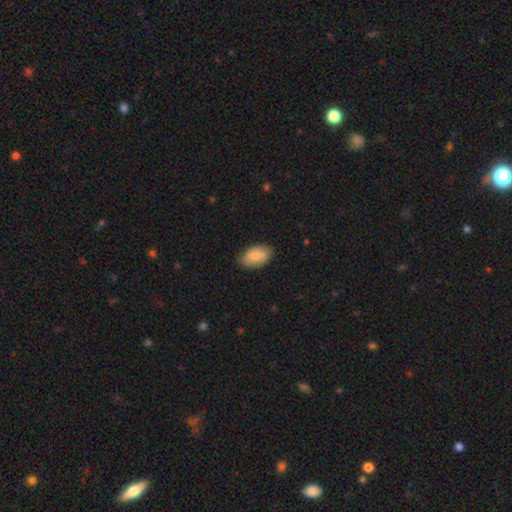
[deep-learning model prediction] Q: Smooth or featured?
A: smooth (78%); runner-up: featured or disk (16%)
Q: How rounded?
A: in between (93%); runner-up: round (5%)
Q: Merging?
A: none (83%); runner-up: minor disturbance (14%)